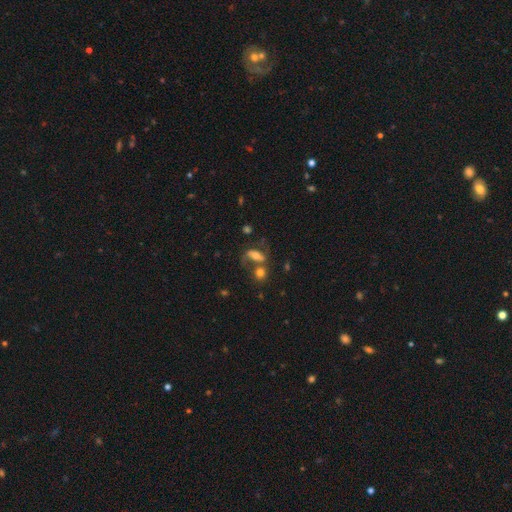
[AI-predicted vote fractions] This appears to be a featured or disk galaxy (50%). Merging: none (41%).